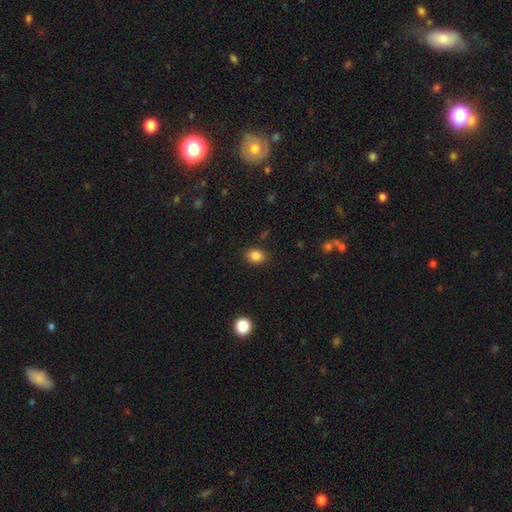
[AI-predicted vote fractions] A smooth galaxy with no disk features (85%) that is in between round and cigar-shaped (54%). Merging: none (85%).